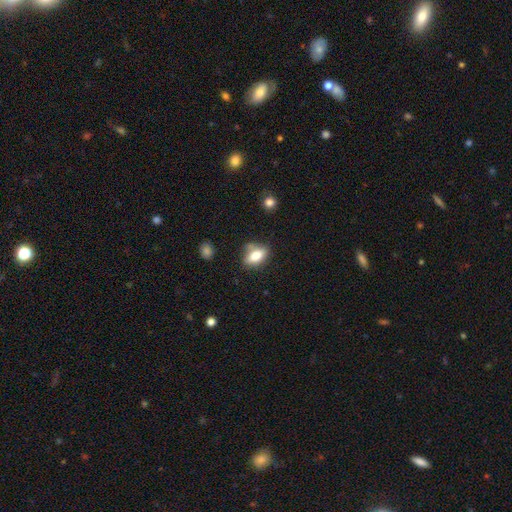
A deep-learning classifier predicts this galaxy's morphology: This is likely a smooth galaxy (76%). How rounded: clearly in between (84%). Merging: likely none (63%).